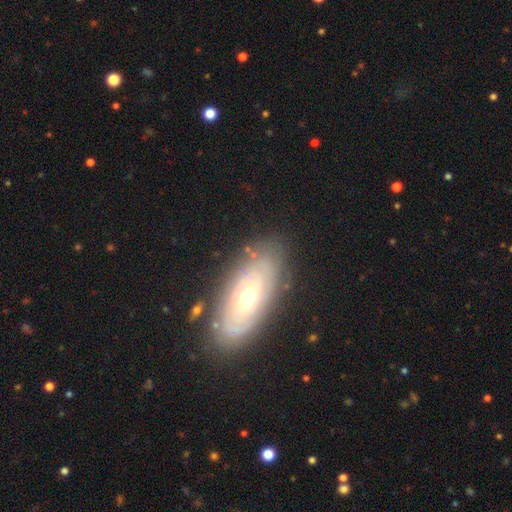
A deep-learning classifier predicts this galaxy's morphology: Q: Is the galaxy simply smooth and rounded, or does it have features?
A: featured or disk — 52%.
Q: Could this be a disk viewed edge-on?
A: no — 77%.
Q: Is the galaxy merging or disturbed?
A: none — 84%.